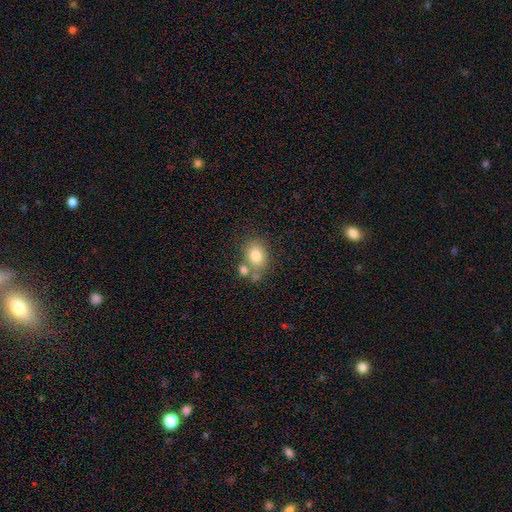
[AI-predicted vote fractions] Morphology: type=smooth (79%); roundness=in between (60%); merging=none (56%).